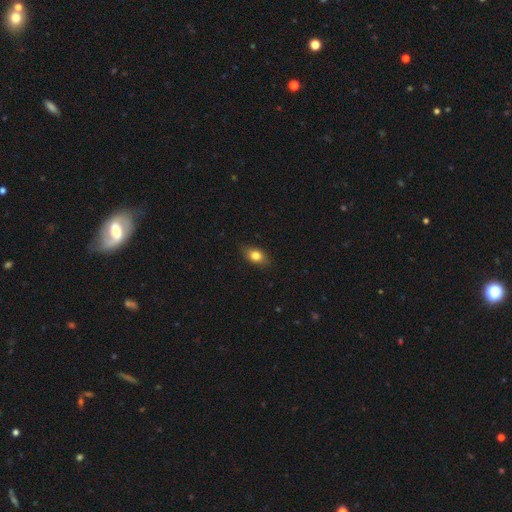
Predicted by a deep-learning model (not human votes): smooth-or-featured: smooth: 80% | featured or disk: 11% | star or artifact: 9%
  how-rounded: in between: 77% | round: 19% | cigar-shaped: 4%
  merging: none: 83% | minor disturbance: 14% | major disturbance: 3% | merger: 1%